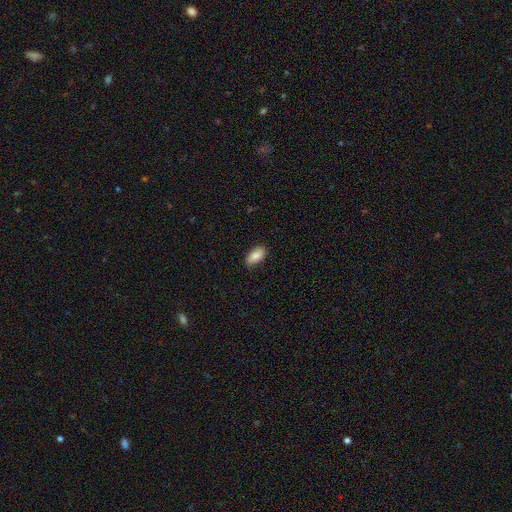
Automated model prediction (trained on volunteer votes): Q: Smooth or featured?
A: smooth (85%); runner-up: featured or disk (8%)
Q: How rounded?
A: in between (93%); runner-up: cigar-shaped (4%)
Q: Merging?
A: none (86%); runner-up: minor disturbance (11%)